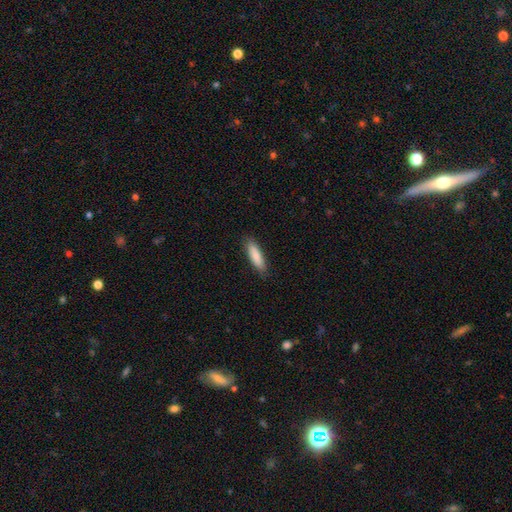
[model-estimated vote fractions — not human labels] Smooth or featured? Predicted: smooth (p=0.86). How rounded? Predicted: cigar-shaped (p=0.64). Merging? Predicted: none (p=0.86).